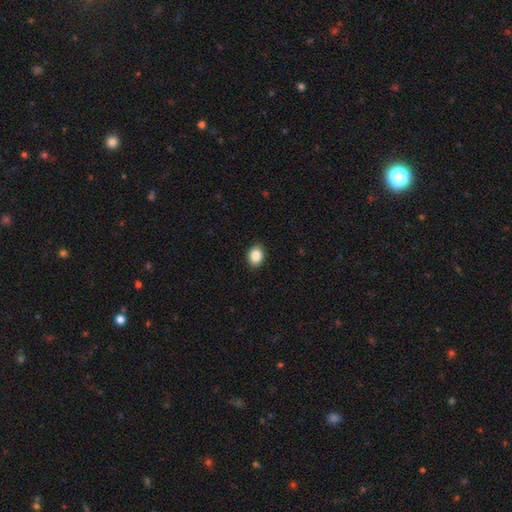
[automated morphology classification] Smooth or featured: smooth — 88% (star or artifact — 8%)
How rounded: in between — 67% (round — 32%)
Merging: none — 89% (minor disturbance — 8%)